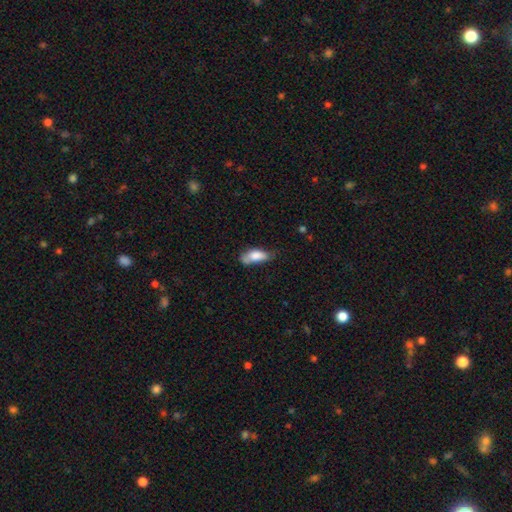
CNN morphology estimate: smooth_or_featured: smooth (p=0.78) [alt: featured or disk p=0.14]
how_rounded: in between (p=0.82) [alt: cigar-shaped p=0.15]
merging: none (p=0.39) [alt: minor disturbance p=0.37]